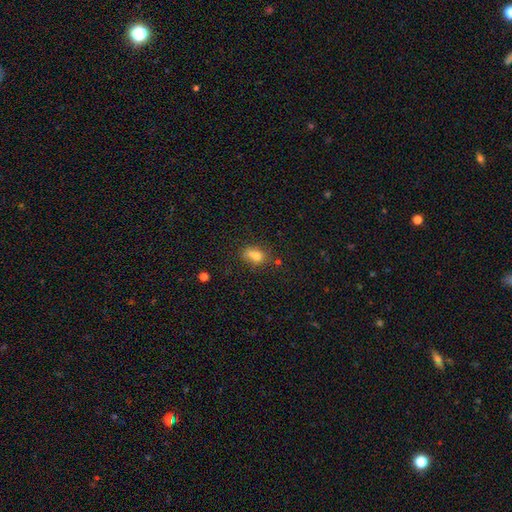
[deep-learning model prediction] Overall: smooth (71%). How rounded: in between (54%; round 43%). Merging: none (48%; merger 27%).